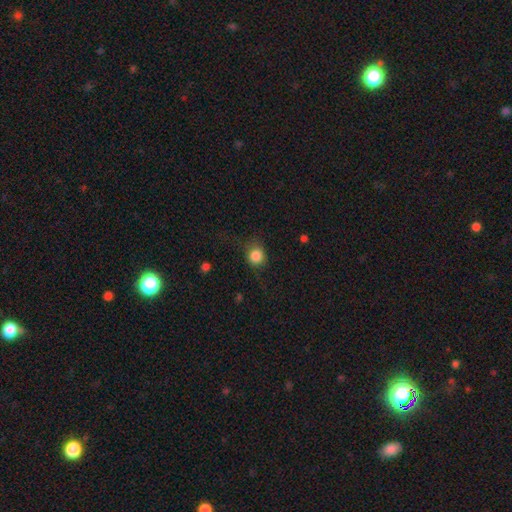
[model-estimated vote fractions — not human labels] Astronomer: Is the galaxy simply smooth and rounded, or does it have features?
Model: smooth — 83%.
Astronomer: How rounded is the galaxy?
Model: round — 80%.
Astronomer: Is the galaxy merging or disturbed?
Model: none — 67%.